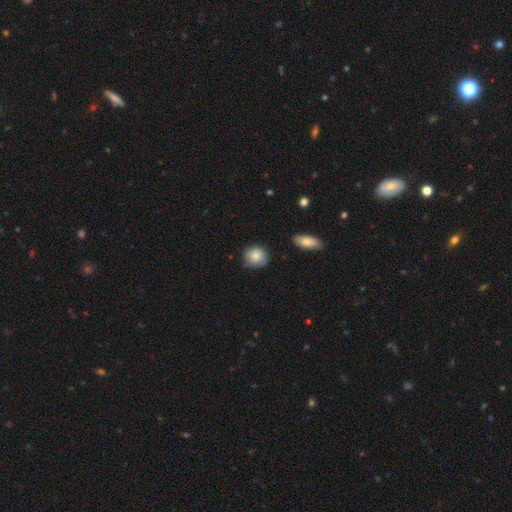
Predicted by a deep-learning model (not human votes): Smooth or featured?
  - smooth: 80% *
  - featured or disk: 13%
  - star or artifact: 7%
How rounded?
  - round: 81% *
  - in between: 18%
  - cigar-shaped: 1%
Merging?
  - none: 68% *
  - minor disturbance: 25%
  - major disturbance: 5%
  - merger: 2%